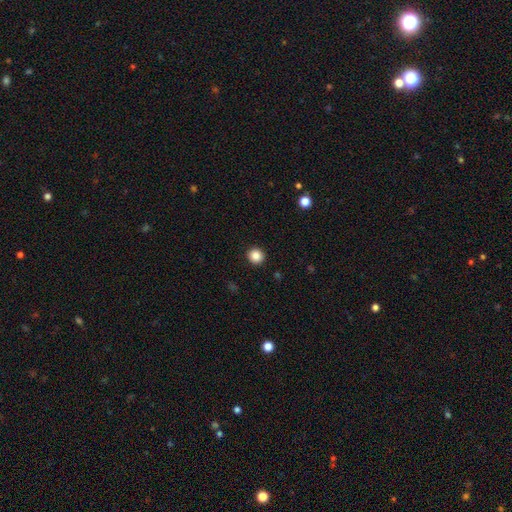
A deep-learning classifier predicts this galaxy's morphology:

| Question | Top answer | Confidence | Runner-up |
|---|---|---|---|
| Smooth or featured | smooth | 86% | star or artifact (10%) |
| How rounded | round | 92% | in between (7%) |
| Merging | none | 93% | minor disturbance (4%) |